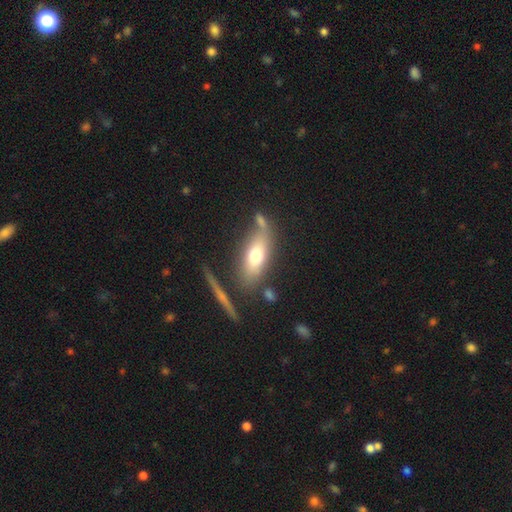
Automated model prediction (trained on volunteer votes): smooth 64%, featured or disk 28%, star or artifact 9%. Down the decision tree: how rounded — in between (71%); merging — none (63%).